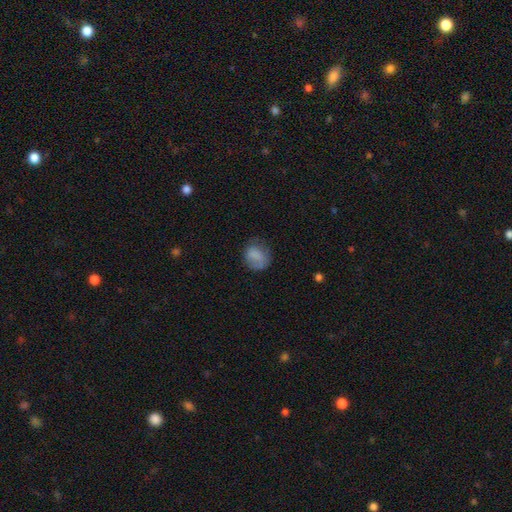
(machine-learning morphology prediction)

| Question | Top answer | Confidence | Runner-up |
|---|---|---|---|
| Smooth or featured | smooth | 77% | featured or disk (14%) |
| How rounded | round | 65% | in between (34%) |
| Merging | none | 57% | minor disturbance (27%) |